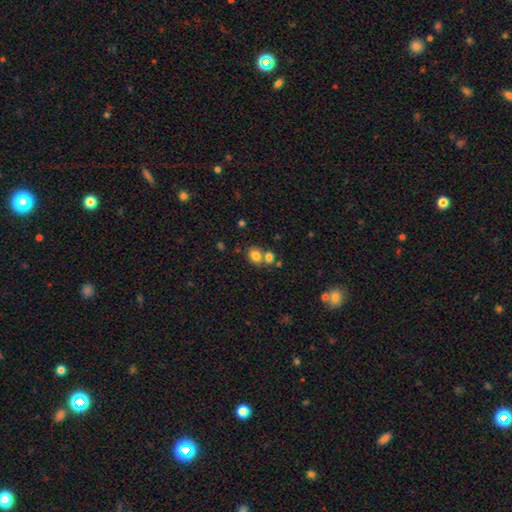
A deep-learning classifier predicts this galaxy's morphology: Smooth or featured? Predicted: smooth (p=0.80). How rounded? Predicted: in between (p=0.51). Merging? Predicted: none (p=0.46).